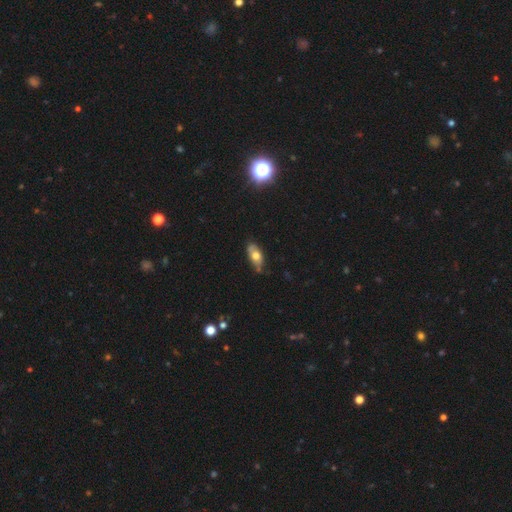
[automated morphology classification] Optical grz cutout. It shows a smooth galaxy with no disk features (62%) that is in between round and cigar-shaped (84%). Merging: none (67%).